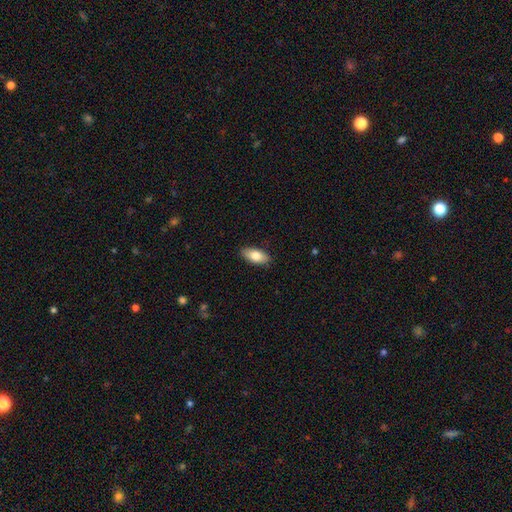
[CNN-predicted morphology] Q: Smooth or featured?
A: smooth (79%); runner-up: featured or disk (14%)
Q: How rounded?
A: in between (89%); runner-up: cigar-shaped (9%)
Q: Merging?
A: none (88%); runner-up: minor disturbance (9%)